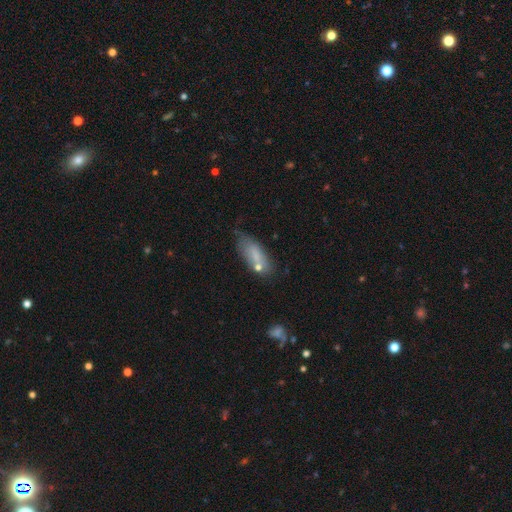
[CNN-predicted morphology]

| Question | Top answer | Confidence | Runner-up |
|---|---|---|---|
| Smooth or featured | smooth | 74% | featured or disk (17%) |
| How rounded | in between | 77% | cigar-shaped (20%) |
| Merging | none | 55% | minor disturbance (27%) |